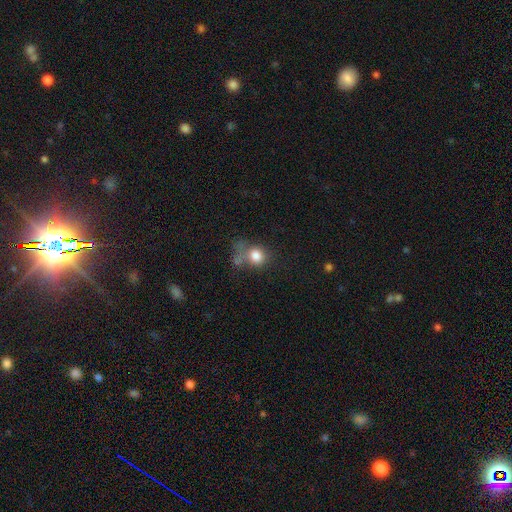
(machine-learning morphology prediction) Smooth or featured? smooth (78%)
How rounded? round (67%)
Merging? none (36%)